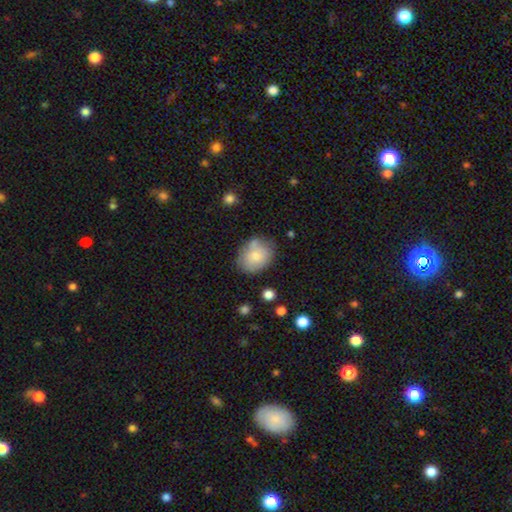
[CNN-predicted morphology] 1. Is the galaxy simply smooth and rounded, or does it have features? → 75% smooth, 17% featured or disk, 7% star or artifact.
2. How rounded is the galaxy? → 52% round, 47% in between, 1% cigar-shaped.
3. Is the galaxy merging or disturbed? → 67% none, 20% minor disturbance, 8% merger, 5% major disturbance.